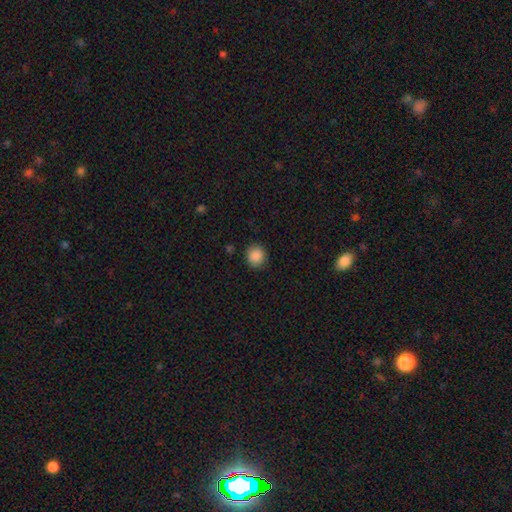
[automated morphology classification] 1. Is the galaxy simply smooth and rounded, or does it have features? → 88% smooth, 9% star or artifact, 3% featured or disk.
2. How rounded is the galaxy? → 85% round, 14% in between, 1% cigar-shaped.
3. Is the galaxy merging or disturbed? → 86% none, 10% minor disturbance, 3% major disturbance, 1% merger.